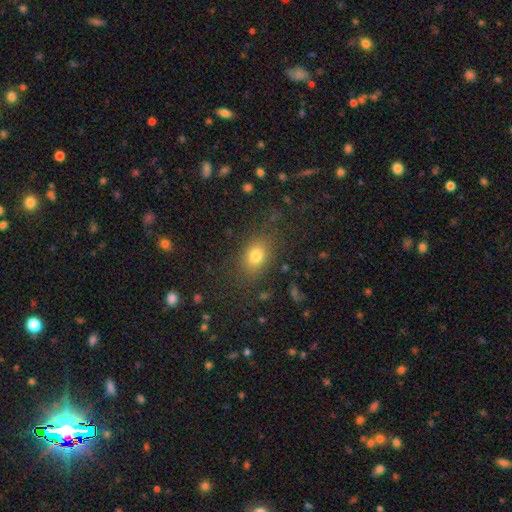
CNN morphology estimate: A smooth galaxy with no disk features (77%) that is in between round and cigar-shaped (67%).

Vote fractions:
- Smooth or featured? smooth: 77% / star or artifact: 13% / featured or disk: 10%
- How rounded? in between: 67% / round: 31% / cigar-shaped: 2%
- Merging? none: 79% / minor disturbance: 13% / major disturbance: 6% / merger: 2%